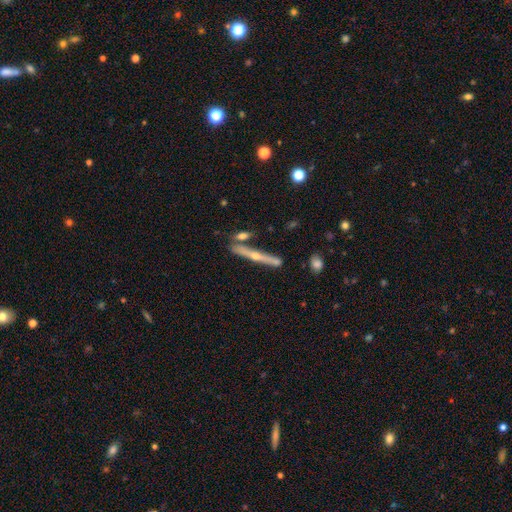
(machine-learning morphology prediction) The model was most divided on "smooth or featured": featured or disk: 74%, smooth: 20%, star or artifact: 6%. More confident: edge-on disk — yes (97%); edge-on bulge — rounded (88%); merging — none (76%).